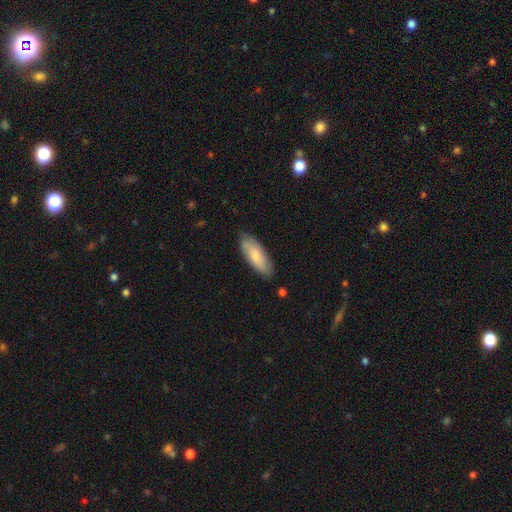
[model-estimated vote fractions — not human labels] Morphology: type=smooth (73%); roundness=in between (72%); merging=none (81%).